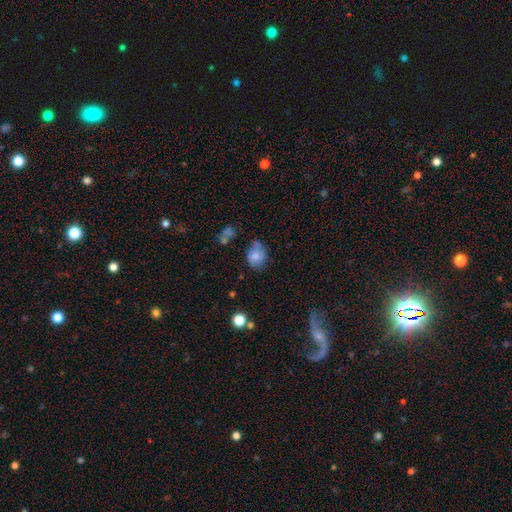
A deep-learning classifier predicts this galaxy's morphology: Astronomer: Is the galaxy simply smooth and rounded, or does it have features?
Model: smooth — 72%.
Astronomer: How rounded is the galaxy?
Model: round — 51% (runner-up: in between, 48%).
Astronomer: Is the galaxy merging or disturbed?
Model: none — 52% (runner-up: minor disturbance, 28%).